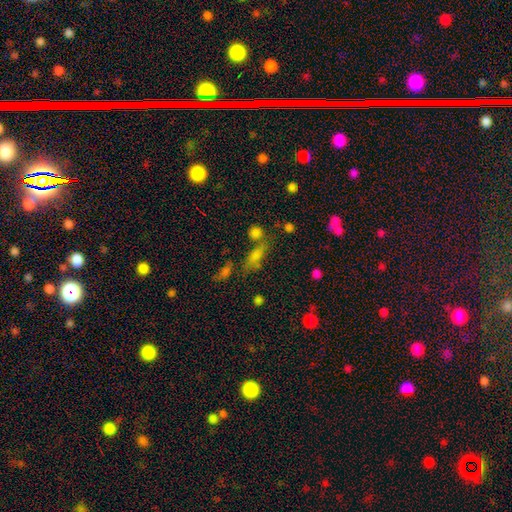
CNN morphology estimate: Smooth or featured?
  - smooth: 52% *
  - star or artifact: 32%
  - featured or disk: 16%
How rounded?
  - in between: 53% *
  - cigar-shaped: 26%
  - round: 21%
Merging?
  - none: 54% *
  - merger: 22%
  - minor disturbance: 14%
  - major disturbance: 10%